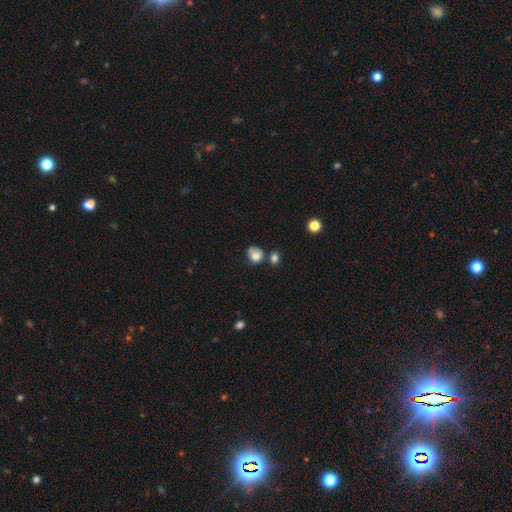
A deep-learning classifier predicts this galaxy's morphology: A smooth galaxy with no disk features (76%) that is round (65%).

Vote fractions:
- Smooth or featured? smooth: 76% / featured or disk: 14% / star or artifact: 10%
- How rounded? round: 65% / in between: 34% / cigar-shaped: 1%
- Merging? none: 41% / minor disturbance: 26% / merger: 22% / major disturbance: 12%